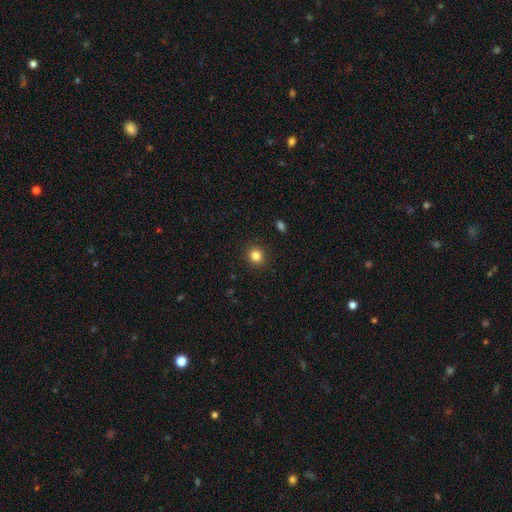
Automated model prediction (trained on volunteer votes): Smooth or featured? Predicted: smooth (p=0.84). How rounded? Predicted: round (p=0.83). Merging? Predicted: none (p=0.91).